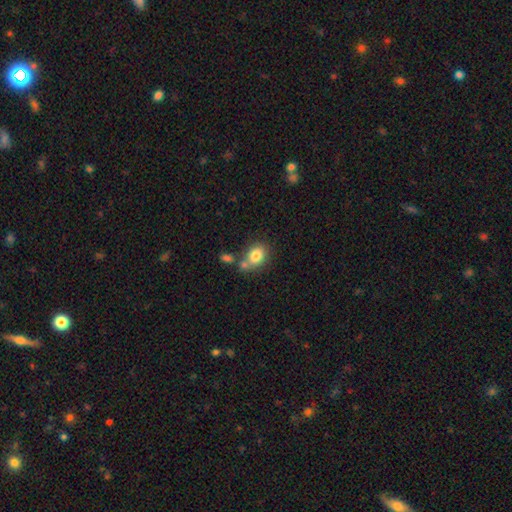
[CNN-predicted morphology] Overall: smooth (81%). How rounded: in between (54%; round 45%). Merging: none (52%; merger 29%).